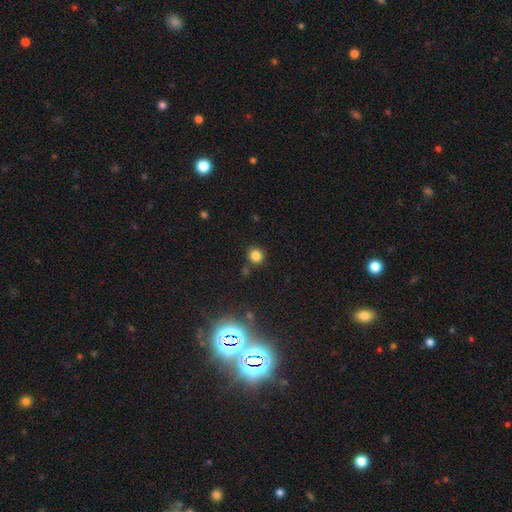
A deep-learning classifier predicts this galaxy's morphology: Q: Smooth or featured?
A: smooth (81%); runner-up: star or artifact (14%)
Q: How rounded?
A: round (81%); runner-up: in between (18%)
Q: Merging?
A: none (83%); runner-up: minor disturbance (9%)